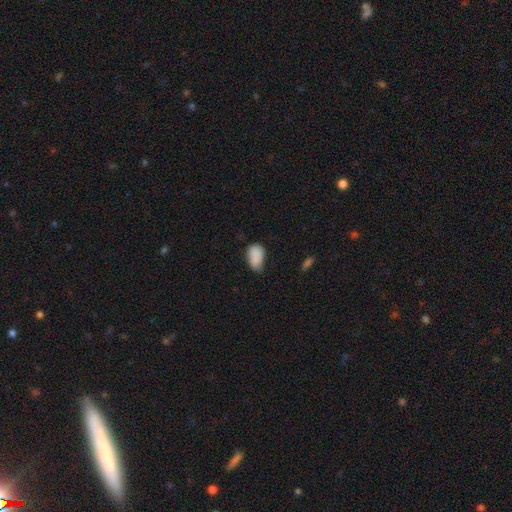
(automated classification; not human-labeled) Smooth or featured? Predicted: smooth (p=0.87). How rounded? Predicted: in between (p=0.90). Merging? Predicted: none (p=0.47).